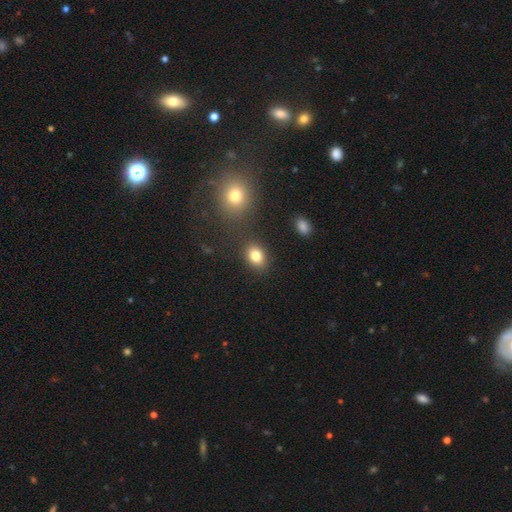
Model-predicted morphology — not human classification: This is clearly a smooth galaxy (81%). How rounded: likely in between (64%). Merging: clearly none (81%).